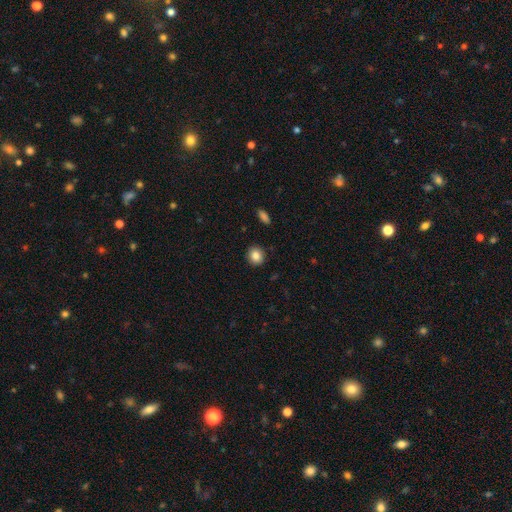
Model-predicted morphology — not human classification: Smooth or featured? smooth (84%)
How rounded? round (85%)
Merging? none (91%)